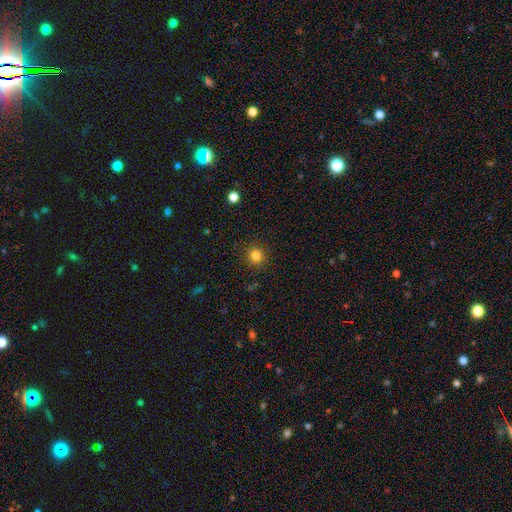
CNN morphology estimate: type=smooth (83%); roundness=round (93%); merging=none (91%).